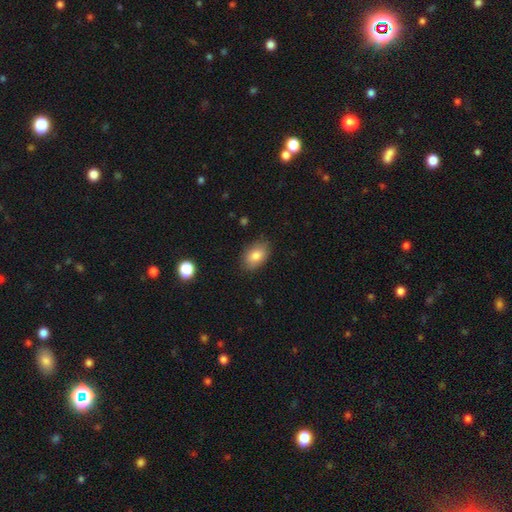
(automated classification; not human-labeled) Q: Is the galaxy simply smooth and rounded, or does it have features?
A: smooth — 83%.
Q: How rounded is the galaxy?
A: in between — 86%.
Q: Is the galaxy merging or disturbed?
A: none — 83%.